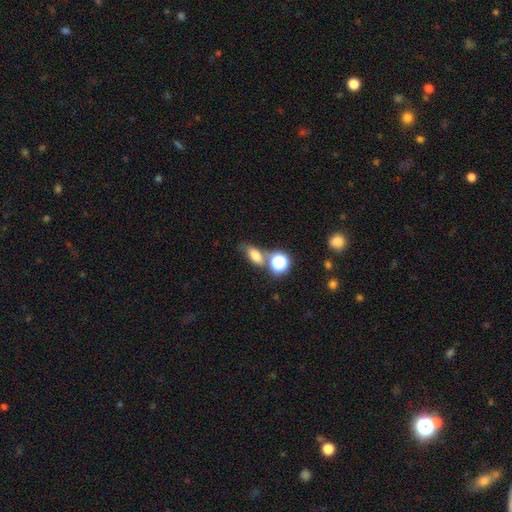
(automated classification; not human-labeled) This is likely a smooth galaxy (71%). How rounded: likely in between (74%). Merging: possibly none (54%).